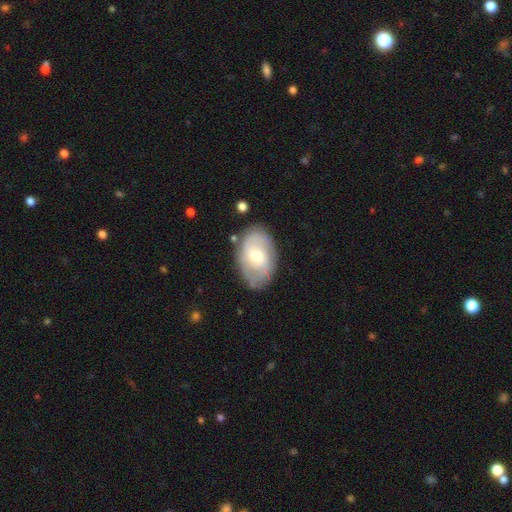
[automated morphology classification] Smooth or featured: featured or disk — 58% (smooth — 35%)
Edge-on disk: no — 94% (yes — 6%)
Bar: no — 52% (weak — 40%)
Spiral arms: yes — 74% (no — 26%)
Bulge size: moderate — 64% (small — 29%)
Merging: none — 75% (minor disturbance — 17%)